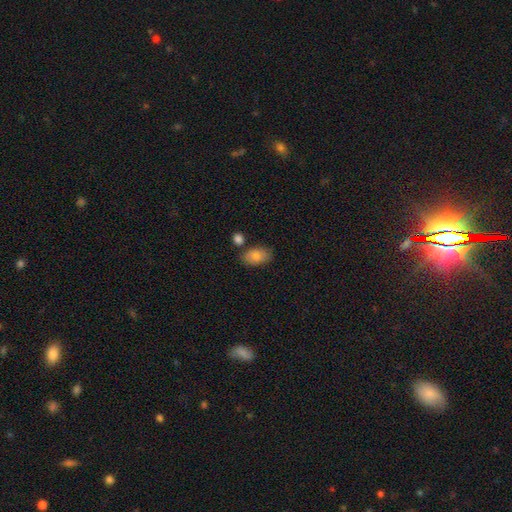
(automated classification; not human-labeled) Smooth or featured: smooth — 84% (featured or disk — 9%)
How rounded: in between — 91% (round — 7%)
Merging: none — 71% (minor disturbance — 16%)